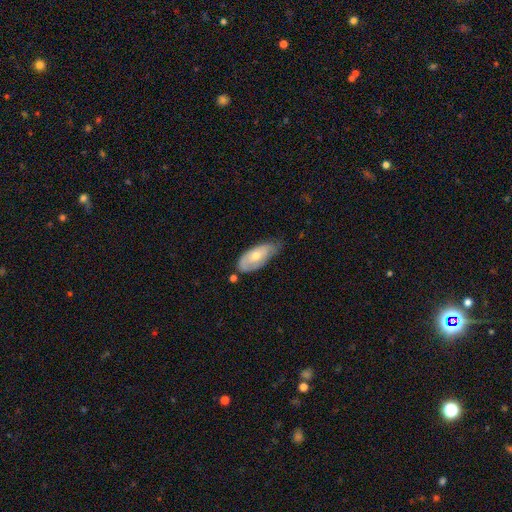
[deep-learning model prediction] This is possibly a smooth galaxy (56%). How rounded: clearly in between (85%). Merging: possibly none (46%).